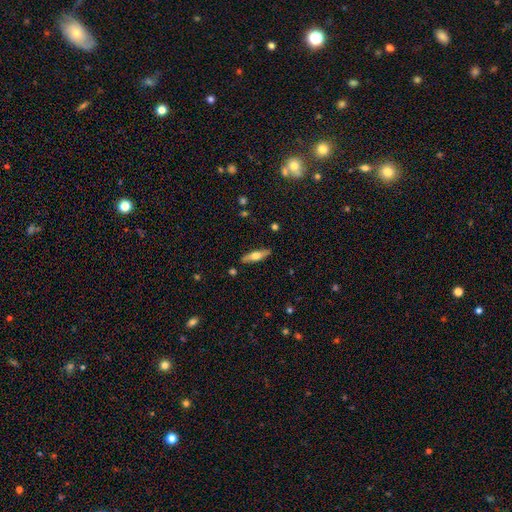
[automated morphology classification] A smooth galaxy with no disk features (50%) that is cigar-shaped (67%). Merging: none (88%).